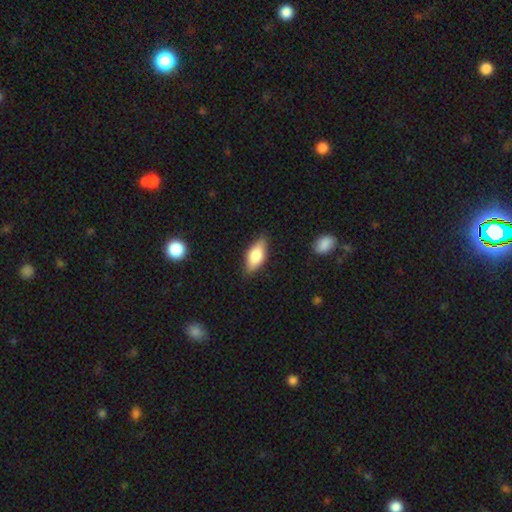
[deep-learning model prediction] This is likely a smooth galaxy (68%). How rounded: clearly in between (82%). Merging: clearly none (83%).